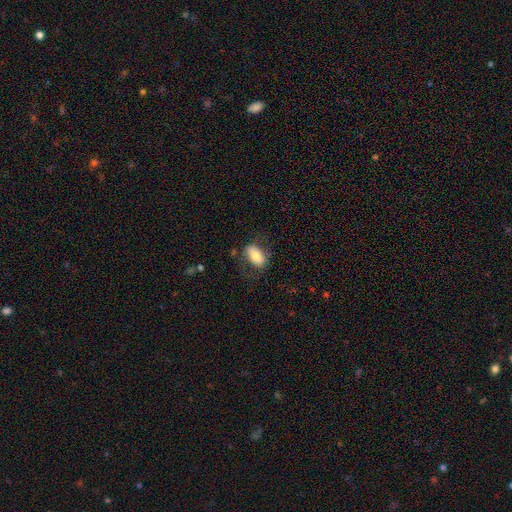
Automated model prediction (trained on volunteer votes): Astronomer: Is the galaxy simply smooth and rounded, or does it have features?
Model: smooth — 74%.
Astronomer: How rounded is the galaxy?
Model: in between — 90%.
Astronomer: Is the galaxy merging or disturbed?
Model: none — 67%.